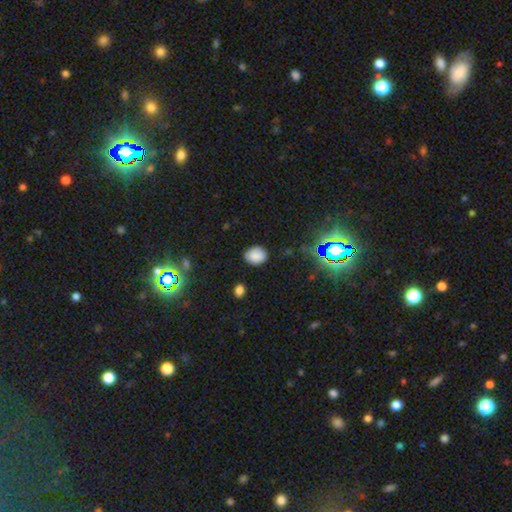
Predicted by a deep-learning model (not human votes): smooth 81%, star or artifact 13%, featured or disk 6%. Down the decision tree: how rounded — in between (57%); merging — none (80%).